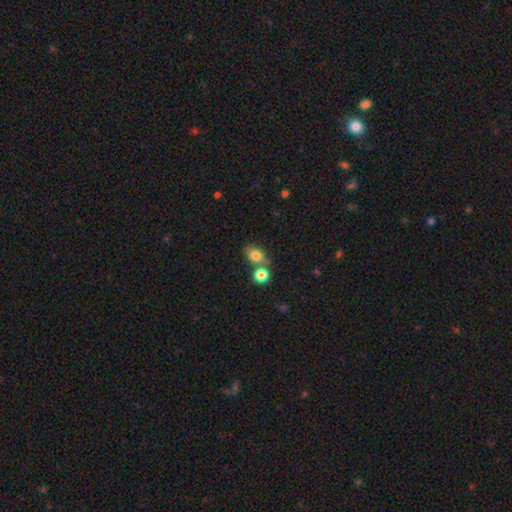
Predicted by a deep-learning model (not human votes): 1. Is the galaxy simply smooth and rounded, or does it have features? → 80% smooth, 10% star or artifact, 9% featured or disk.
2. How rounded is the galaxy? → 69% in between, 30% round, 2% cigar-shaped.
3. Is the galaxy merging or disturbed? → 52% none, 31% merger, 13% minor disturbance, 4% major disturbance.